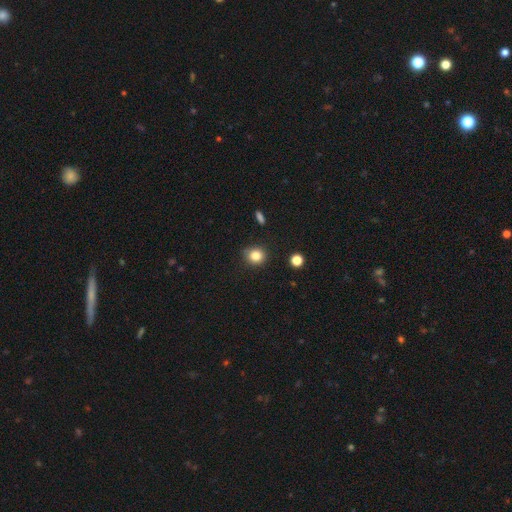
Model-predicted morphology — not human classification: Smooth or featured? smooth (83%)
How rounded? round (83%)
Merging? none (85%)